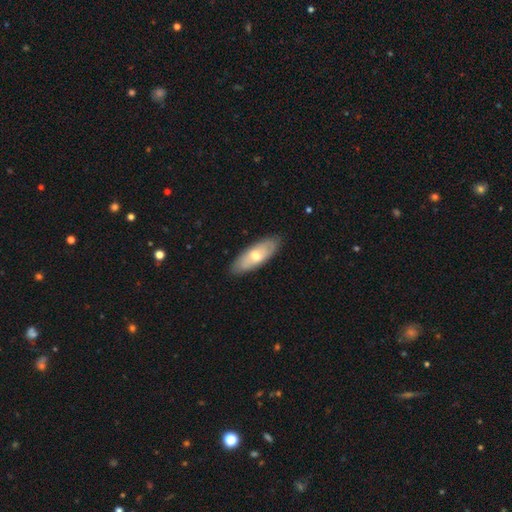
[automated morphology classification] Overall: smooth (54%; featured or disk 40%). How rounded: in between (74%). Merging: none (85%).